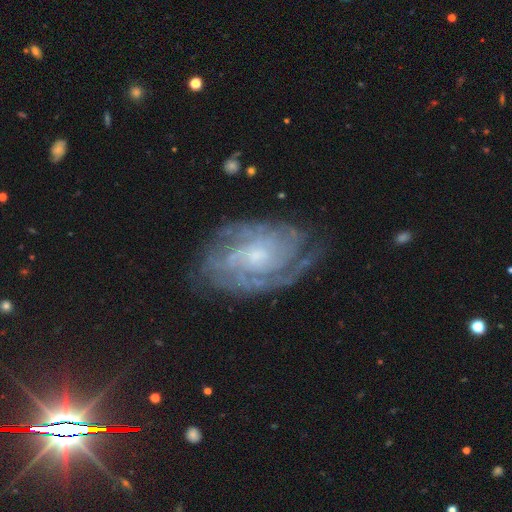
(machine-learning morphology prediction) Smooth or featured? featured or disk (86%)
Edge-on disk? no (96%)
Bar? no (69%)
Spiral arms? yes (96%)
Spiral winding? tight (68%)
Spiral arm count? can't tell (36%)
Bulge size? small (61%)
Merging? none (74%)